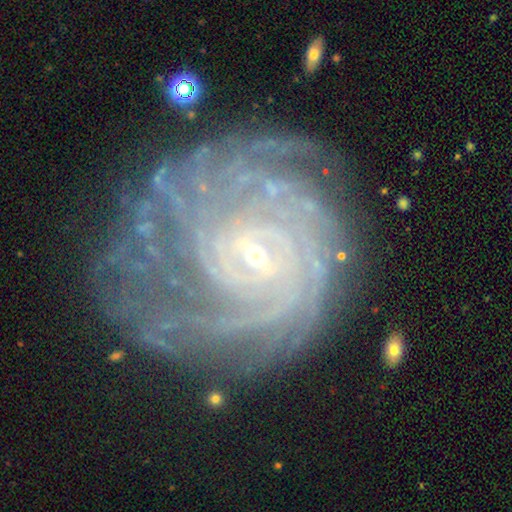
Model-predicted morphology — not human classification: Smooth or featured? Predicted: featured or disk (p=0.89). Edge-on disk? Predicted: no (p=0.98). Bar? Predicted: no (p=0.46). Spiral arms? Predicted: yes (p=0.98). Spiral winding? Predicted: tight (p=0.80). Spiral arm count? Predicted: can't tell (p=0.24). Bulge size? Predicted: small (p=0.84). Merging? Predicted: none (p=0.65).